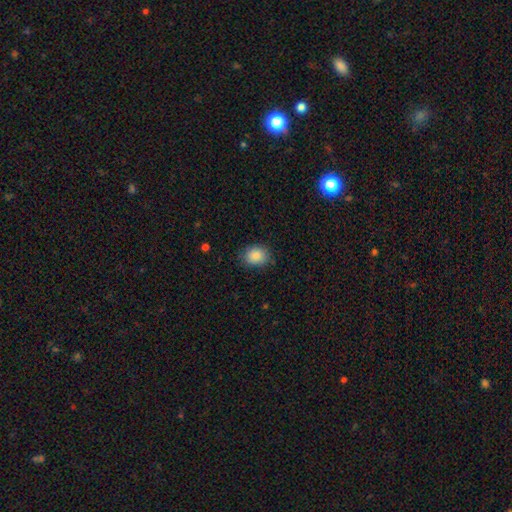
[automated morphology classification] This is clearly a smooth galaxy (87%). How rounded: possibly round (50%). Merging: clearly none (82%).